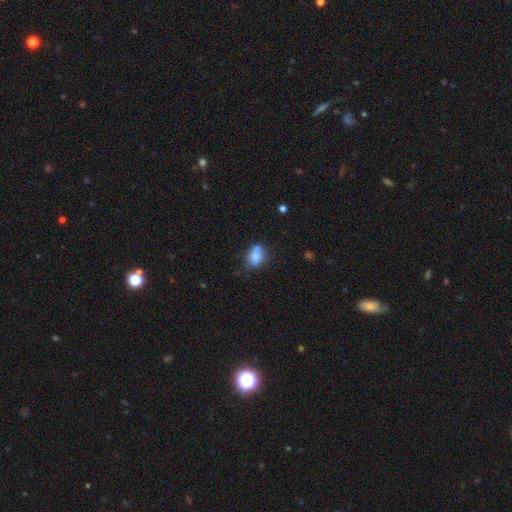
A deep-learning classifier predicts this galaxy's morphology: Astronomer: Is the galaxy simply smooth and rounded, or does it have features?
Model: smooth — 74%.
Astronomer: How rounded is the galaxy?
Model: in between — 67%.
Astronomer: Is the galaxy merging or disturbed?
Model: none — 40% (runner-up: merger, 28%).